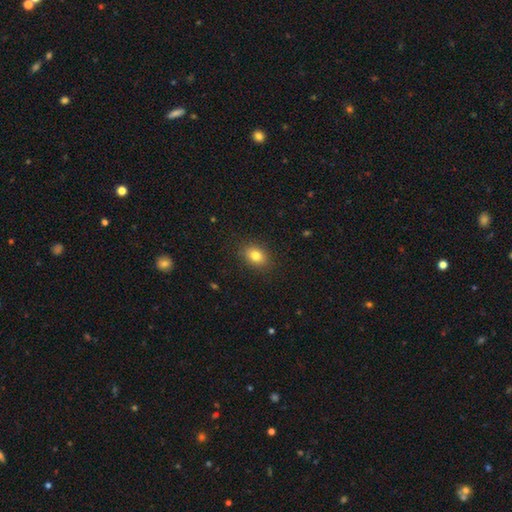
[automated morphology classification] A smooth galaxy with no disk features (81%) that is in between round and cigar-shaped (69%).

Vote fractions:
- Smooth or featured? smooth: 81% / star or artifact: 10% / featured or disk: 9%
- How rounded? in between: 69% / round: 30% / cigar-shaped: 1%
- Merging? none: 87% / minor disturbance: 9% / major disturbance: 3% / merger: 1%